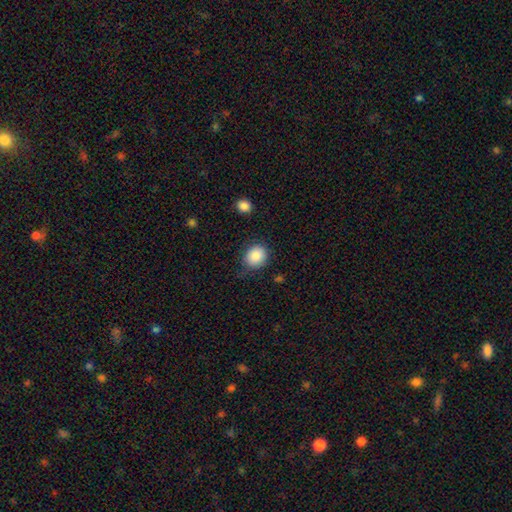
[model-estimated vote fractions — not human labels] This appears to be a smooth galaxy with no disk features (88%) that is round (71%). Merging: none (75%).